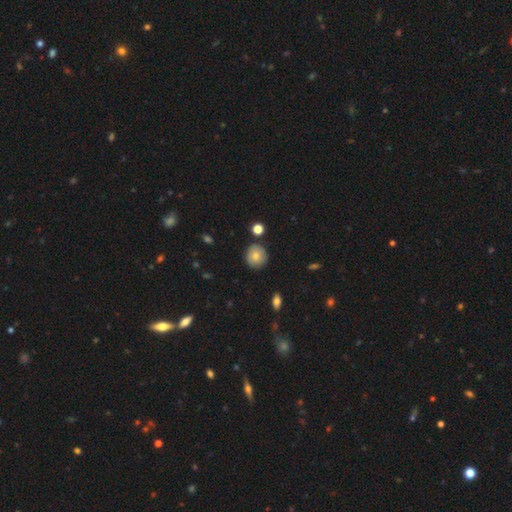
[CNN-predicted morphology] Smooth or featured? smooth (75%)
How rounded? round (89%)
Merging? none (86%)